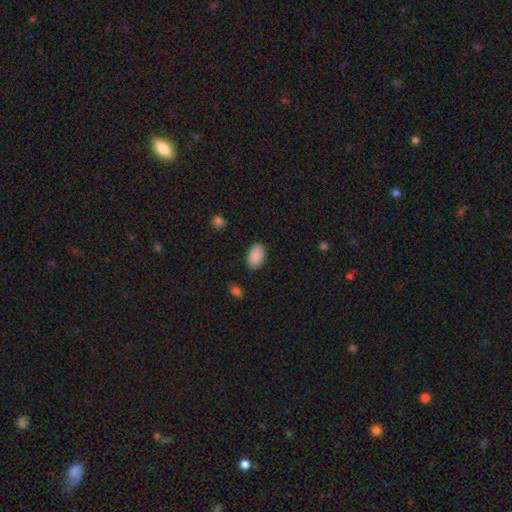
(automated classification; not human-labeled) smooth_or_featured: smooth (p=0.90) [alt: star or artifact p=0.07]
how_rounded: in between (p=0.94) [alt: round p=0.05]
merging: none (p=0.86) [alt: minor disturbance p=0.10]